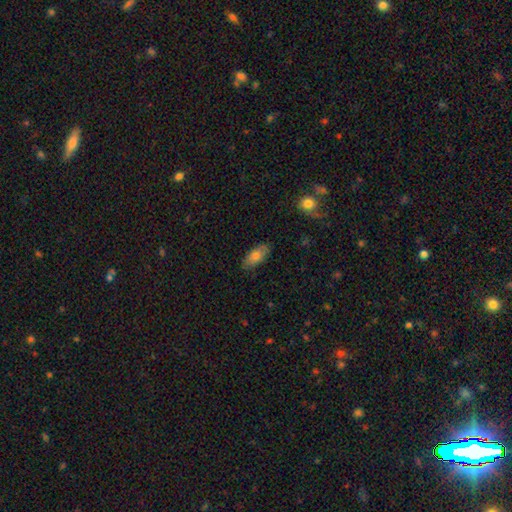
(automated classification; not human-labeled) Morphology: type=smooth (75%); roundness=in between (87%); merging=none (82%).